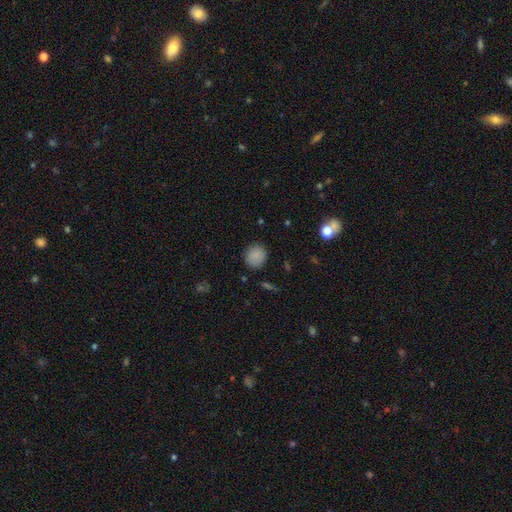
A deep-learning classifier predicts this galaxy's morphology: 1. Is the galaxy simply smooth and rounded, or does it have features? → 85% smooth, 10% star or artifact, 6% featured or disk.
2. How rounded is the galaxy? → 83% round, 16% in between, 1% cigar-shaped.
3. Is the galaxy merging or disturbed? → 85% none, 11% minor disturbance, 3% major disturbance, 1% merger.